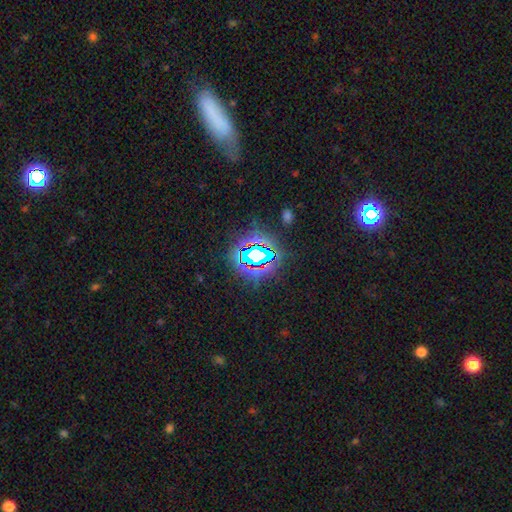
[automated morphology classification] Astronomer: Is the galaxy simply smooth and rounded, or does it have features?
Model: star or artifact — 72%.